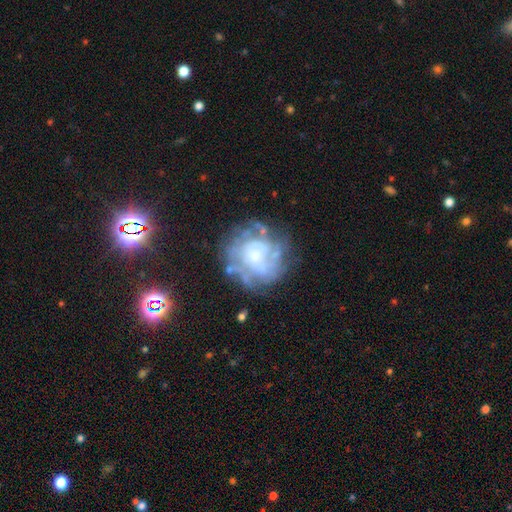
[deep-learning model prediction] This is likely a featured or disk galaxy (70%). It is clearly not viewed edge-on (98%). Bar: likely no (78%). Spiral arm pattern: possibly yes (57%). Central bulge: possibly small (53%). Merging: possibly none (58%).